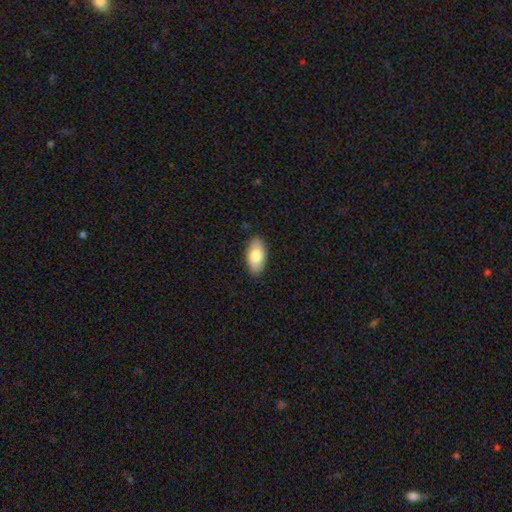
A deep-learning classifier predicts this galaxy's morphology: Smooth or featured? Predicted: smooth (p=0.79). How rounded? Predicted: in between (p=0.94). Merging? Predicted: none (p=0.88).